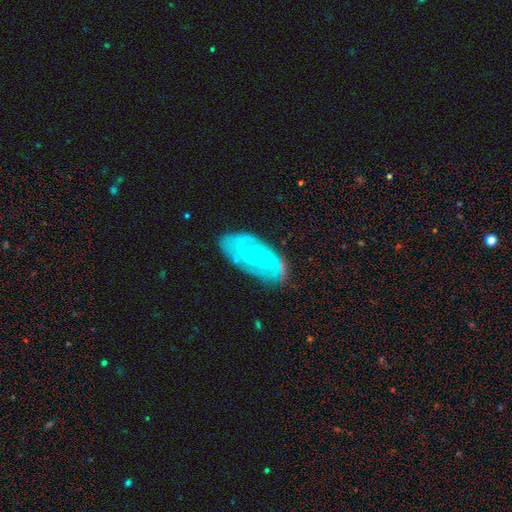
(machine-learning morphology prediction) This appears to be a featured or disk galaxy (82%) with no bar (56%), 2 (51%) tight (55%) spiral arms (94%) and a small central bulge (81%). Merging: none (74%).